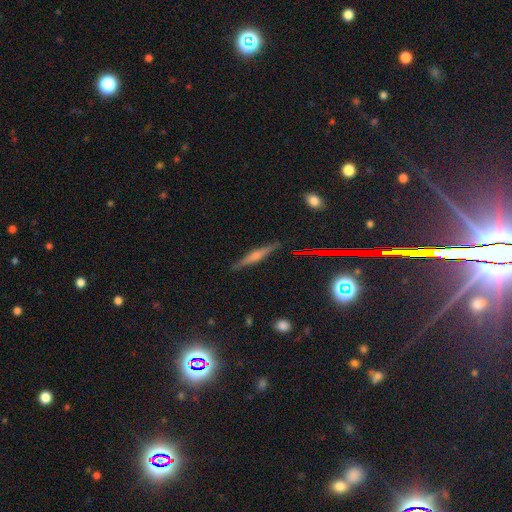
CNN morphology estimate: A featured or disk galaxy (56%) viewed edge-on (96%) with a rounded central bulge (64%). Merging: none (89%).